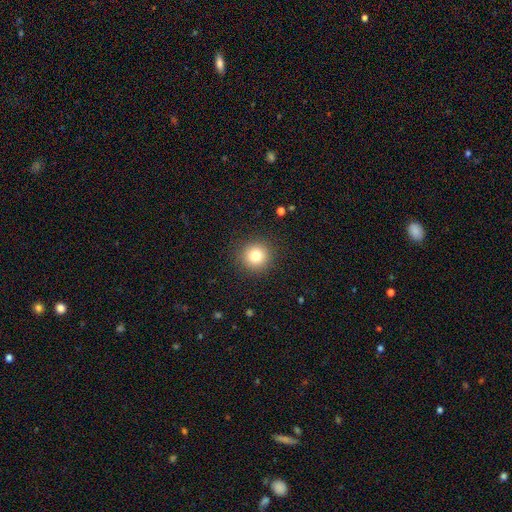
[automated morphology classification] A smooth galaxy with no disk features (81%) that is round (95%).

Vote fractions:
- Smooth or featured? smooth: 81% / star or artifact: 12% / featured or disk: 8%
- How rounded? round: 95% / in between: 5% / cigar-shaped: 1%
- Merging? none: 91% / minor disturbance: 6% / major disturbance: 2% / merger: 1%